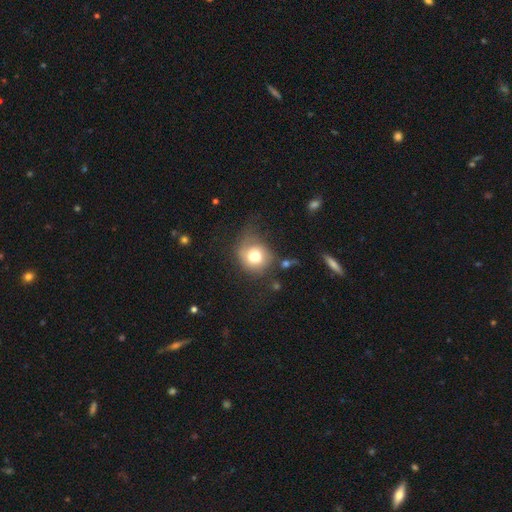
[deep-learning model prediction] Morphology: type=smooth (71%); roundness=round (76%); merging=none (49%).